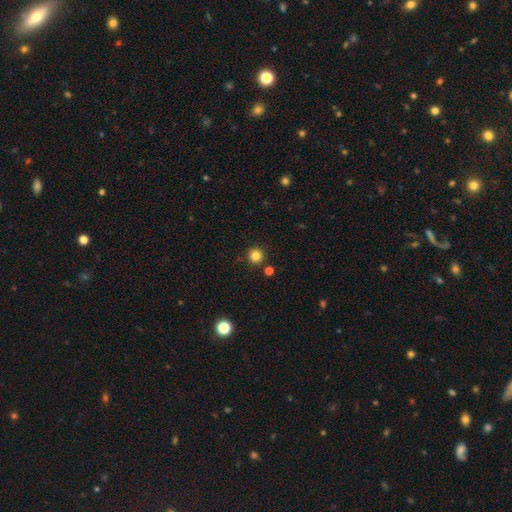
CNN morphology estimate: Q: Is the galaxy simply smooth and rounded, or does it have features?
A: smooth — 83%.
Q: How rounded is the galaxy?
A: round — 95%.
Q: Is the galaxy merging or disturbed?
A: none — 90%.